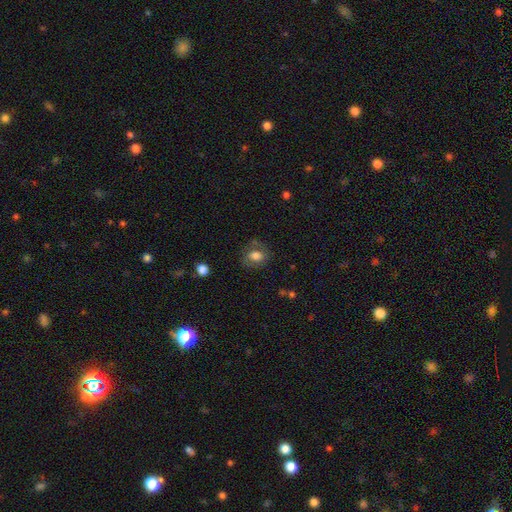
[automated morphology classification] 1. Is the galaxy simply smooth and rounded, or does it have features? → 68% smooth, 23% featured or disk, 9% star or artifact.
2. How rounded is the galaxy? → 59% in between, 40% round, 1% cigar-shaped.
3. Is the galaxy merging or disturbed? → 66% none, 20% minor disturbance, 11% major disturbance, 3% merger.